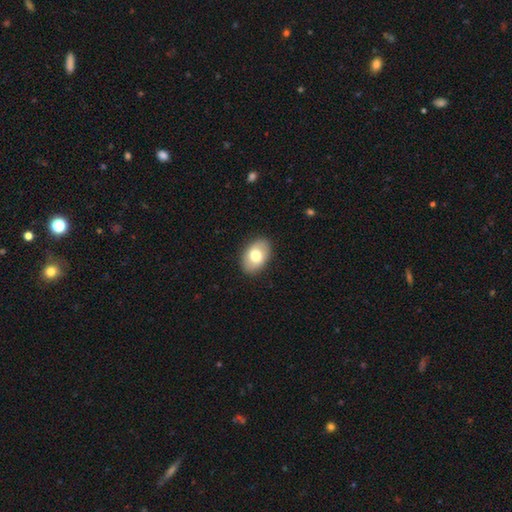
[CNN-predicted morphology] Smooth or featured? Predicted: smooth (p=0.73). How rounded? Predicted: in between (p=0.87). Merging? Predicted: none (p=0.88).